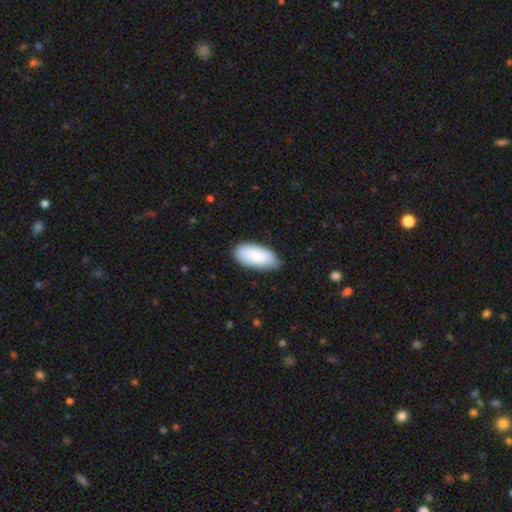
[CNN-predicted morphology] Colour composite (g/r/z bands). It shows a smooth galaxy with no disk features (83%) that is in between round and cigar-shaped (93%). Merging: none (80%).